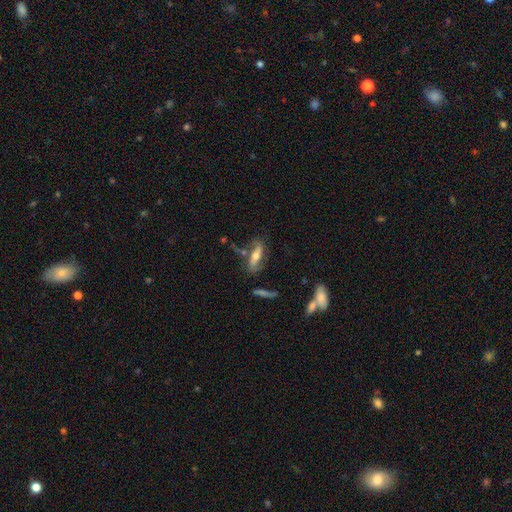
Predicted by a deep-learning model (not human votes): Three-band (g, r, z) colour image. It shows a featured or disk galaxy (59%). Merging: none (55%).